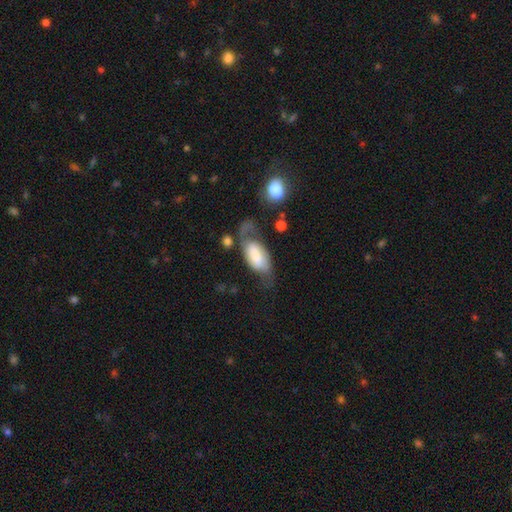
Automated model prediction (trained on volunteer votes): Smooth or featured? Predicted: smooth (p=0.53). How rounded? Predicted: in between (p=0.91). Merging? Predicted: none (p=0.34).